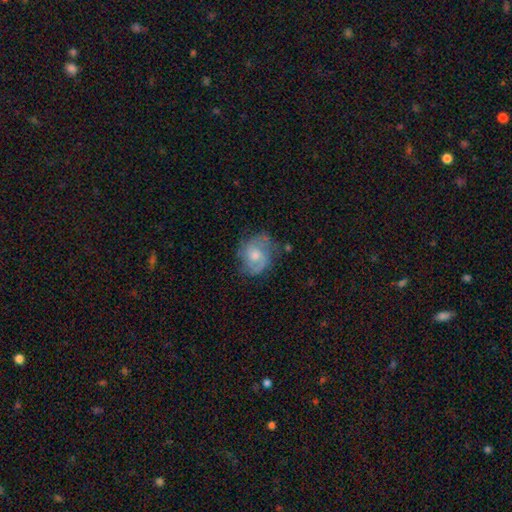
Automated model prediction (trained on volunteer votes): Overall: featured or disk (68%). Edge-on disk: no (97%). Bar: no (67%; weak 29%). Spiral arms: yes (87%). Spiral arm count: 2 (59%; can't tell 20%). Spiral winding: medium (45%; tight 35%). Bulge size: moderate (59%; small 29%). Merging: none (64%).